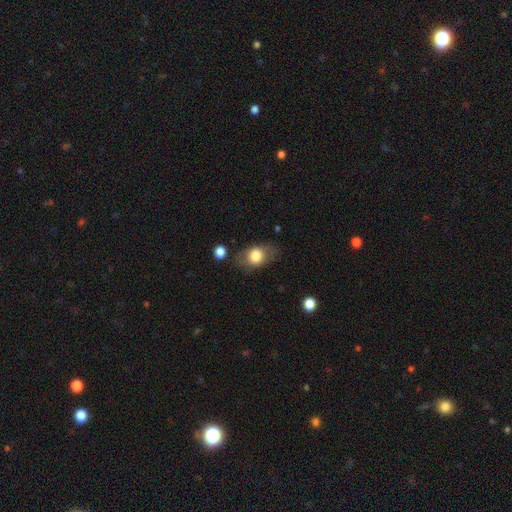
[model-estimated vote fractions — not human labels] Morphology: type=smooth (73%); roundness=in between (80%); merging=none (75%).